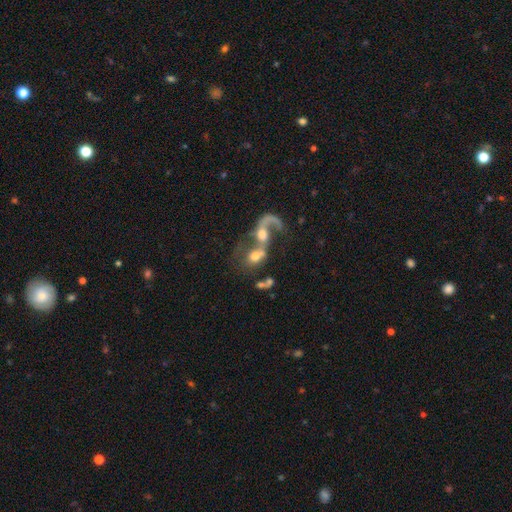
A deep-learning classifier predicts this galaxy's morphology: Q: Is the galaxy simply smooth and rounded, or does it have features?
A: featured or disk — 54%.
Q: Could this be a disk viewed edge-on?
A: no — 95%.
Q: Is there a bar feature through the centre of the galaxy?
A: no — 69%.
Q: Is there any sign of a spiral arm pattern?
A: yes — 58%.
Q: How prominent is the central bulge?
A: moderate — 49%.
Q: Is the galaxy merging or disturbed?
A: merger — 78%.